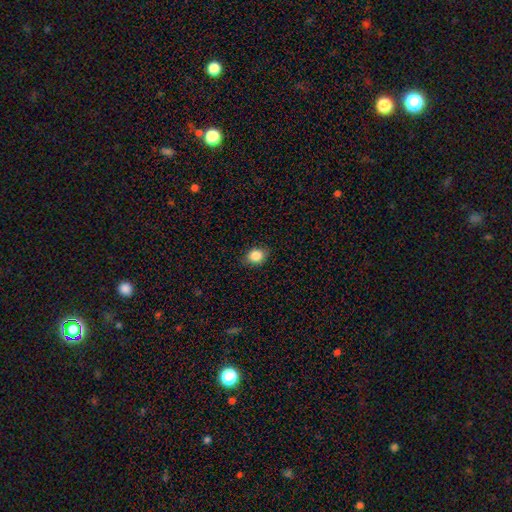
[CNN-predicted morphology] smooth 86%, star or artifact 9%, featured or disk 5%. Down the decision tree: how rounded — round (51%); merging — none (83%).